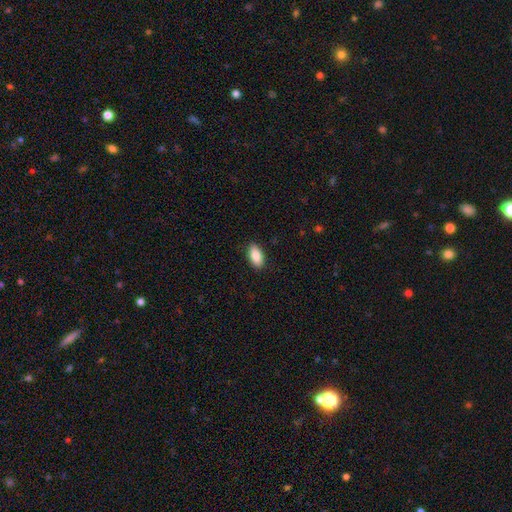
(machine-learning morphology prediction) Smooth or featured? Predicted: smooth (p=0.88). How rounded? Predicted: in between (p=0.91). Merging? Predicted: none (p=0.89).